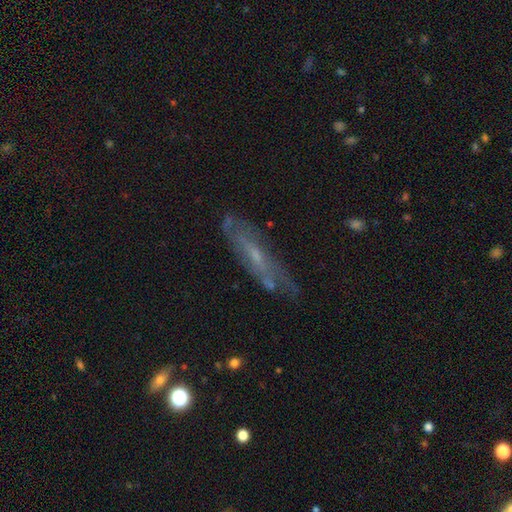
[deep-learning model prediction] Smooth or featured? featured or disk (65%)
Edge-on disk? no (55%)
Merging? none (69%)